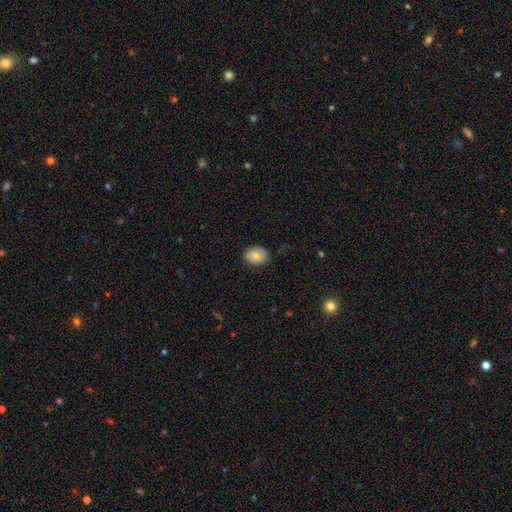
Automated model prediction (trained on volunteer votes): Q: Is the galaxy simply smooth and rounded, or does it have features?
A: smooth — 80%.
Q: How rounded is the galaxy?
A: in between — 66%.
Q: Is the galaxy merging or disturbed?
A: none — 80%.